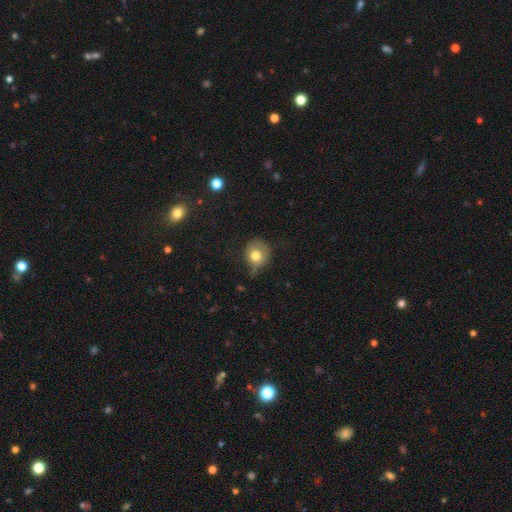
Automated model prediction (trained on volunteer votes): smooth_or_featured: smooth (p=0.73) [alt: featured or disk p=0.17]
how_rounded: round (p=0.79) [alt: in between p=0.20]
merging: none (p=0.47) [alt: minor disturbance p=0.34]